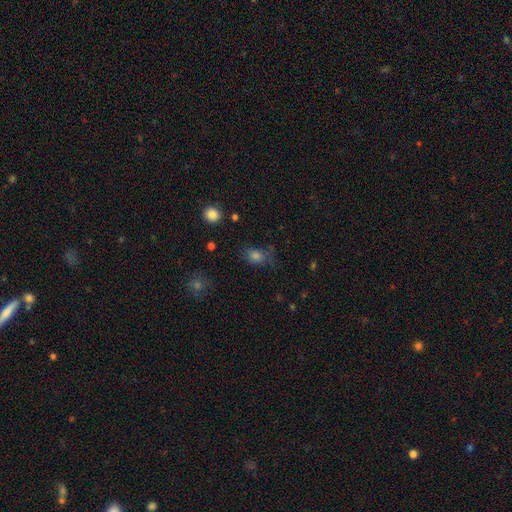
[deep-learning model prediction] Overall: smooth (76%). How rounded: in between (59%; round 39%). Merging: none (61%; minor disturbance 24%).